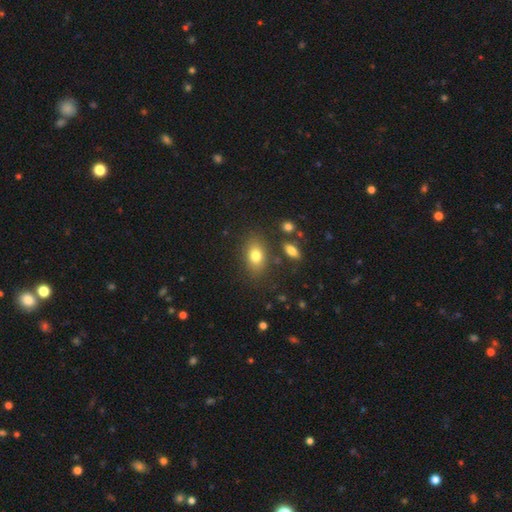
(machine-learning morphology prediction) A smooth galaxy with no disk features (78%) that is in between round and cigar-shaped (80%). Merging: none (80%).